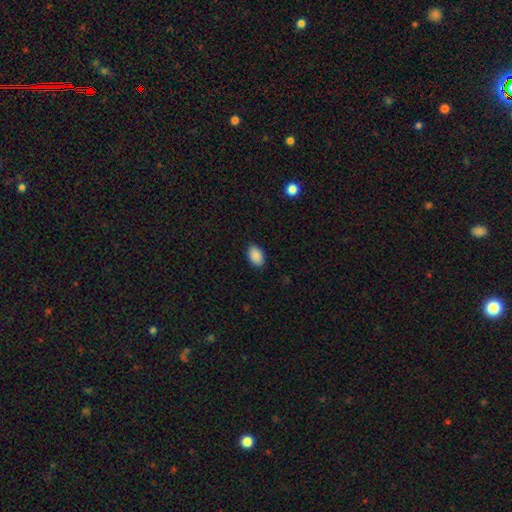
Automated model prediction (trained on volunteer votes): Smooth or featured: smooth — 90% (star or artifact — 7%)
How rounded: in between — 91% (round — 8%)
Merging: none — 88% (minor disturbance — 9%)